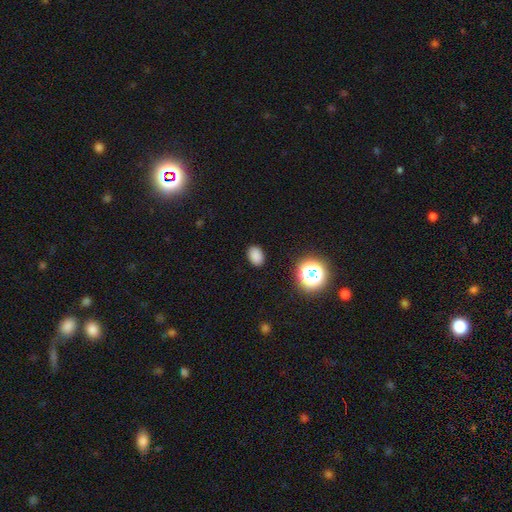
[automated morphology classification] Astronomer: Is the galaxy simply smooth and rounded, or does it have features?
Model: smooth — 82%.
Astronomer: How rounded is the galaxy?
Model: in between — 78%.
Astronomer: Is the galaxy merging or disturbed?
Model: none — 88%.